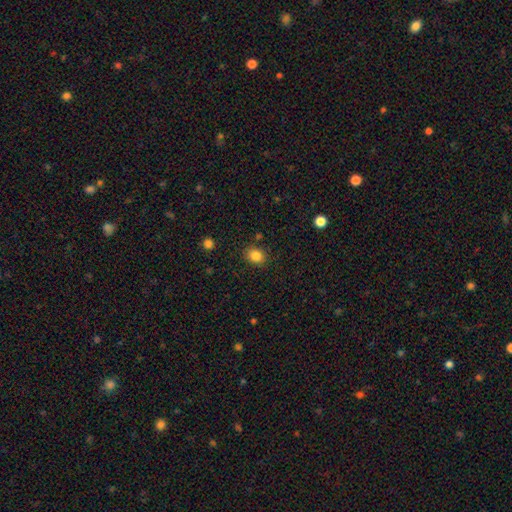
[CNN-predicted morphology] A smooth galaxy with no disk features (84%) that is round (60%).

Vote fractions:
- Smooth or featured? smooth: 84% / star or artifact: 11% / featured or disk: 5%
- How rounded? round: 60% / in between: 40% / cigar-shaped: 1%
- Merging? none: 85% / minor disturbance: 10% / major disturbance: 3% / merger: 2%